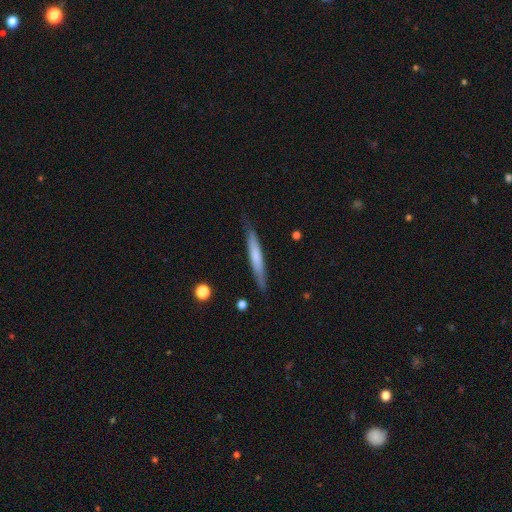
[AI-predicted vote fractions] Smooth or featured? Predicted: smooth (p=0.57). How rounded? Predicted: cigar-shaped (p=0.94). Merging? Predicted: none (p=0.82).